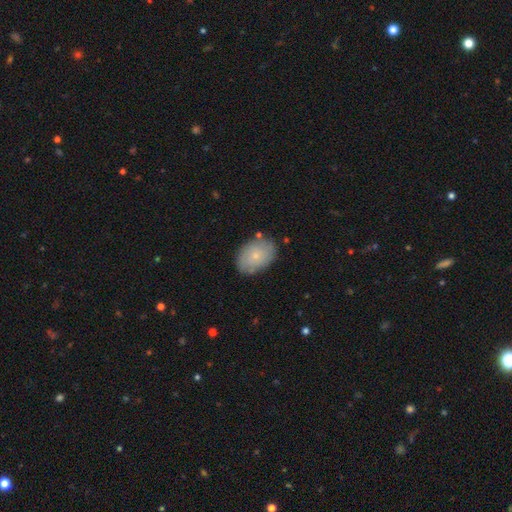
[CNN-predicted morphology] The model was most divided on "smooth or featured": smooth: 72%, featured or disk: 22%, star or artifact: 7%. More confident: how rounded — in between (84%); merging — none (80%).